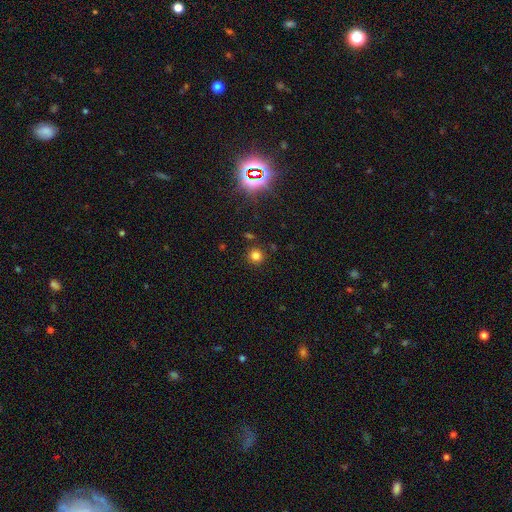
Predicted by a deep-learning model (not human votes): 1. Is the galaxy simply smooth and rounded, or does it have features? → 77% smooth, 17% star or artifact, 5% featured or disk.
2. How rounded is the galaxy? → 94% round, 5% in between, 1% cigar-shaped.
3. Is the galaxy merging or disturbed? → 88% none, 7% minor disturbance, 3% merger, 2% major disturbance.